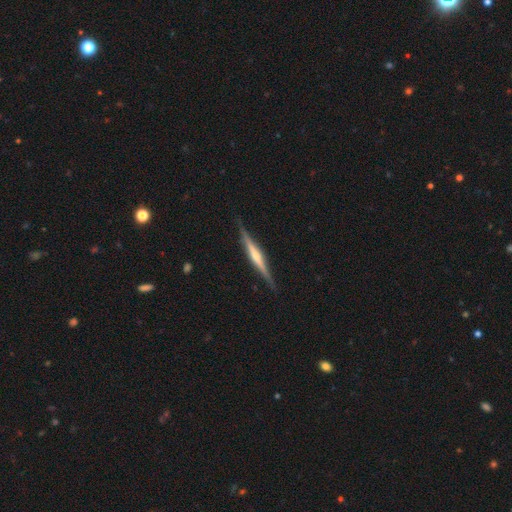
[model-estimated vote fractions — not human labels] Smooth or featured? featured or disk (77%)
Edge-on disk? yes (98%)
Edge-on bulge? rounded (76%)
Merging? none (89%)